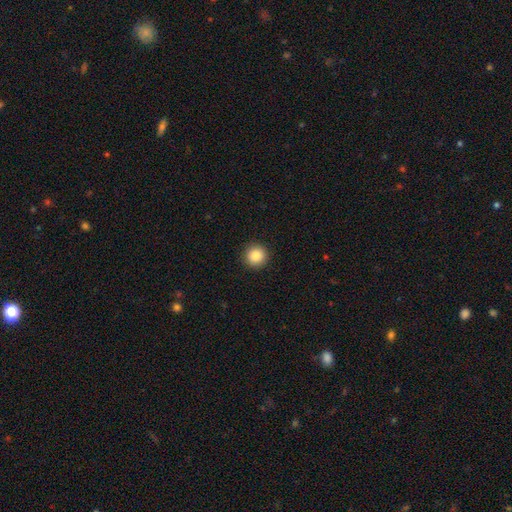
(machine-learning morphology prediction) Q: Smooth or featured?
A: smooth (87%); runner-up: star or artifact (10%)
Q: How rounded?
A: round (95%); runner-up: in between (4%)
Q: Merging?
A: none (92%); runner-up: minor disturbance (5%)